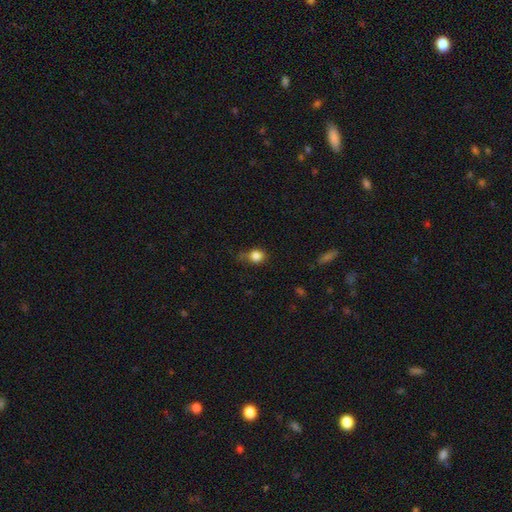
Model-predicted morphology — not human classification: smooth_or_featured: smooth (p=0.83) [alt: star or artifact p=0.11]
how_rounded: round (p=0.74) [alt: in between p=0.25]
merging: none (p=0.52) [alt: minor disturbance p=0.33]